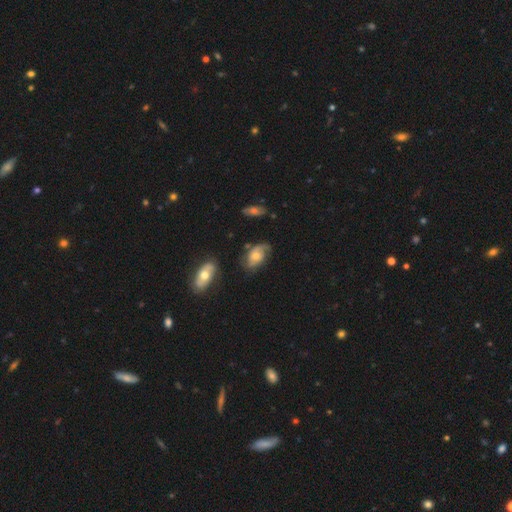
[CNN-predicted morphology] featured or disk 62%, smooth 31%, star or artifact 7%. Down the decision tree: edge-on disk — no (95%); bar — no (75%); spiral arms — yes (83%); bulge size — moderate (56%); merging — none (52%).